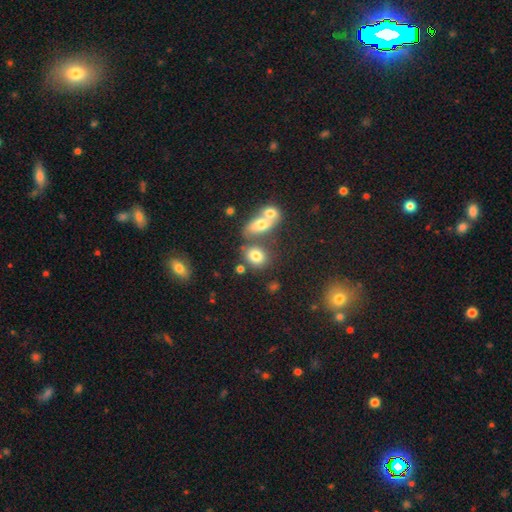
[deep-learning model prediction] The model was most divided on "how rounded": in between: 57%, round: 41%, cigar-shaped: 2%. More confident: smooth or featured — smooth (76%); merging — none (51%).